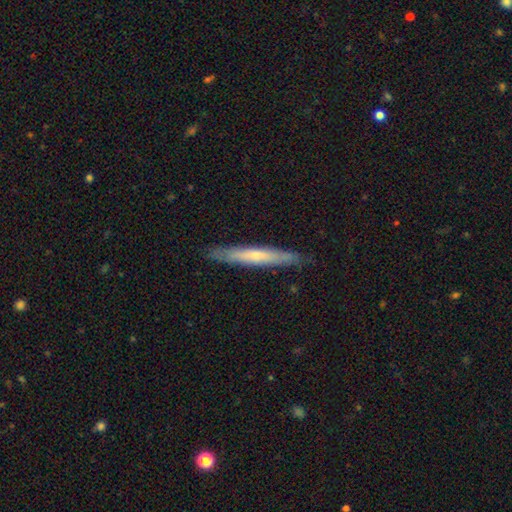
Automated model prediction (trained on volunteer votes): Overall: smooth (48%; featured or disk 46%). Merging: none (87%).